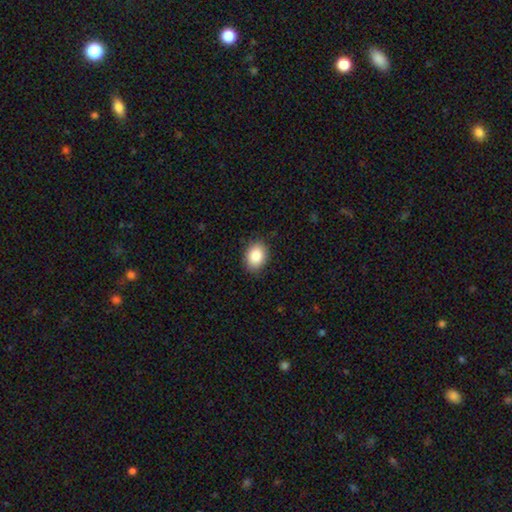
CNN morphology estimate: The model was most divided on "how rounded": in between: 70%, round: 29%, cigar-shaped: 1%. More confident: merging — none (87%); smooth or featured — smooth (87%).